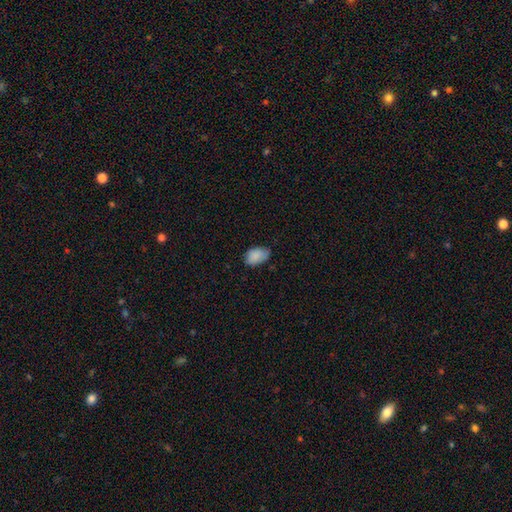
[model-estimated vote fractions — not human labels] A smooth galaxy with no disk features (86%) that is in between round and cigar-shaped (88%). Merging: none (59%).